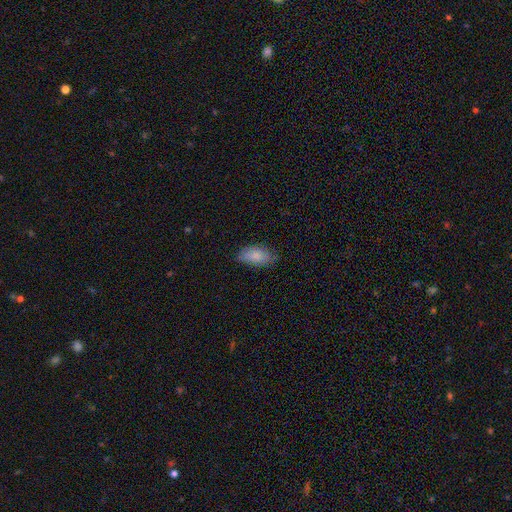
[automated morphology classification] type=smooth (84%); roundness=in between (92%); merging=none (75%).